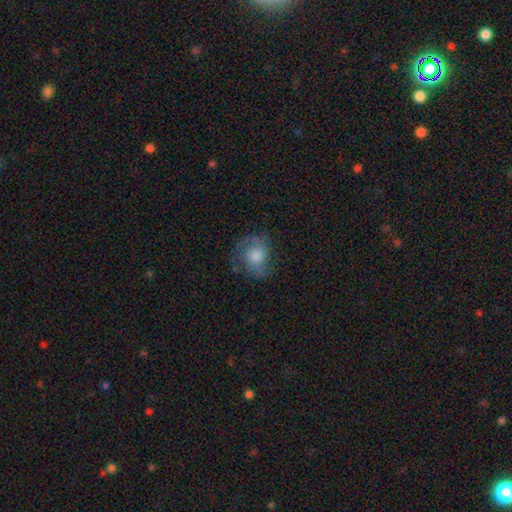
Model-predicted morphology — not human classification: type=smooth (46%); merging=none (62%).